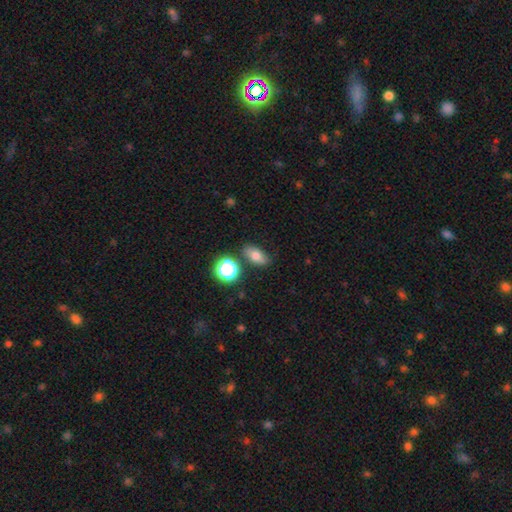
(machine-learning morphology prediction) smooth_or_featured: smooth (p=0.69) [alt: featured or disk p=0.17]
how_rounded: in between (p=0.79) [alt: round p=0.16]
merging: none (p=0.76) [alt: minor disturbance p=0.15]